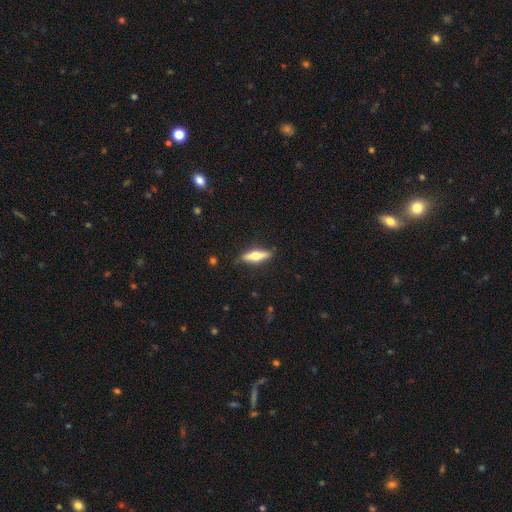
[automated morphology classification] smooth-or-featured: smooth: 48% | featured or disk: 47% | star or artifact: 6%
  merging: none: 86% | minor disturbance: 11% | major disturbance: 2% | merger: 1%